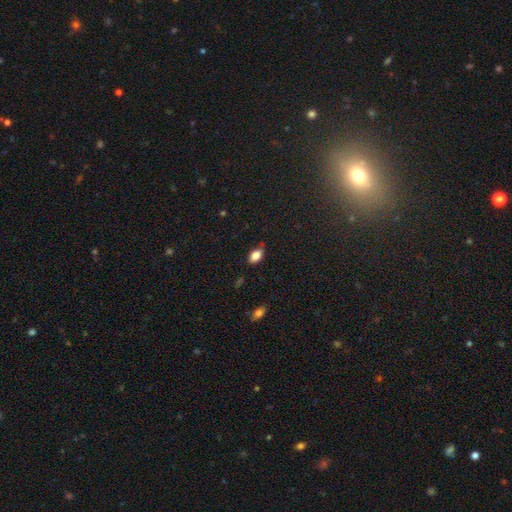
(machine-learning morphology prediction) This appears to be a smooth galaxy with no disk features (82%) that is in between round and cigar-shaped (89%). Merging: none (71%).